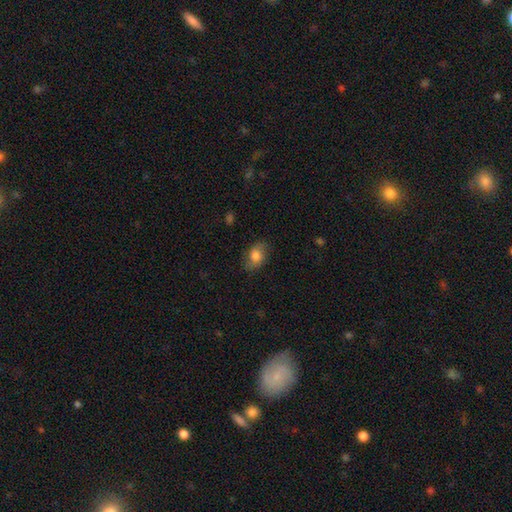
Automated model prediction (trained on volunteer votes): Smooth or featured? smooth (78%)
How rounded? in between (85%)
Merging? none (80%)